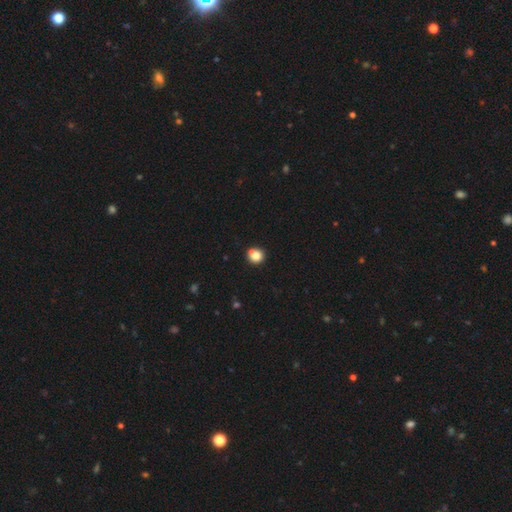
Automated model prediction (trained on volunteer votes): Smooth or featured? smooth (81%)
How rounded? round (86%)
Merging? none (72%)